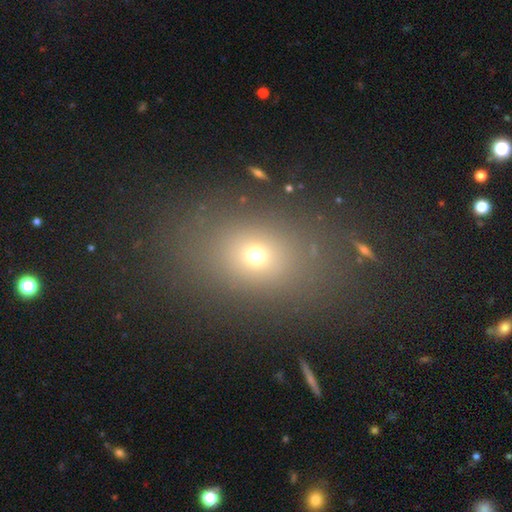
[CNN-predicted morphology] This is likely a smooth galaxy (65%). How rounded: possibly in between (57%). Merging: clearly none (81%).